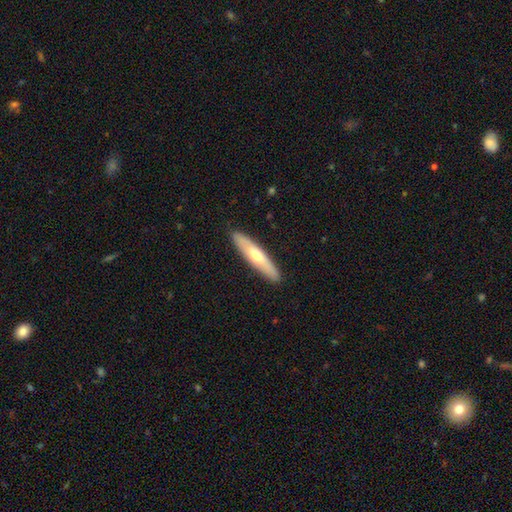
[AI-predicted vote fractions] smooth 53%, featured or disk 41%, star or artifact 5%. Down the decision tree: how rounded — cigar-shaped (81%); merging — none (89%).